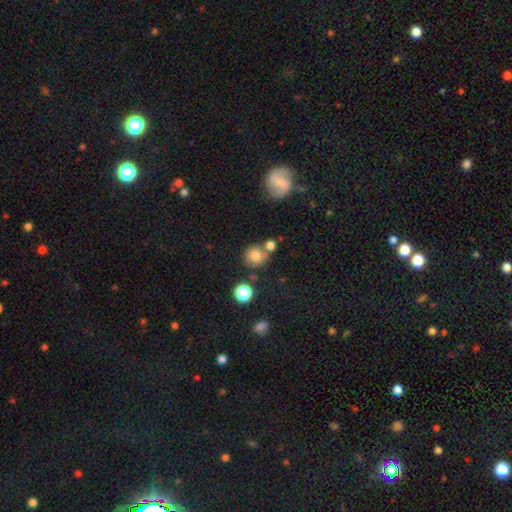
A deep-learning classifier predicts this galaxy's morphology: Smooth or featured? Predicted: smooth (p=0.76). How rounded? Predicted: round (p=0.85). Merging? Predicted: none (p=0.57).